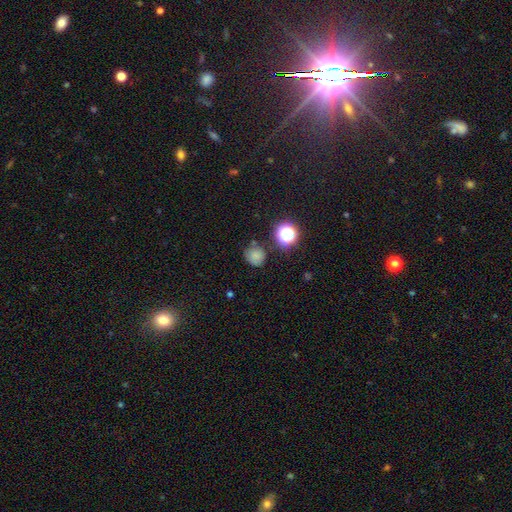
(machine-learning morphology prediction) smooth_or_featured: smooth (p=0.75) [alt: star or artifact p=0.18]
how_rounded: round (p=0.84) [alt: in between p=0.15]
merging: none (p=0.71) [alt: minor disturbance p=0.17]